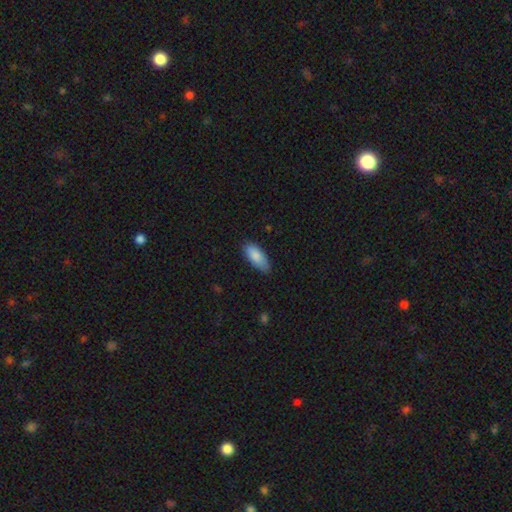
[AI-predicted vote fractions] Morphology: type=smooth (86%); roundness=in between (83%); merging=none (78%).